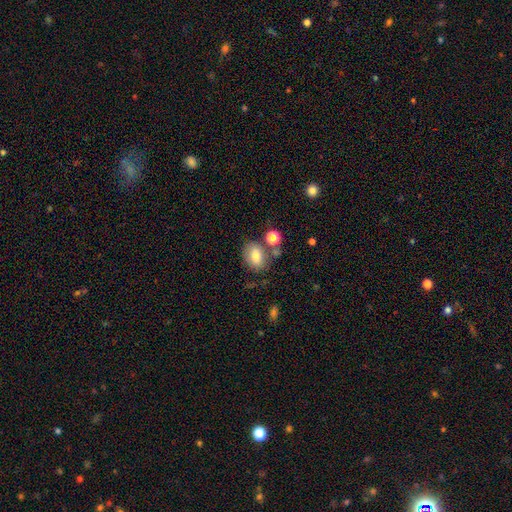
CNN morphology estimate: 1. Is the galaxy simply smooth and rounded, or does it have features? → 76% smooth, 14% featured or disk, 10% star or artifact.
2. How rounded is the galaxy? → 62% in between, 37% round, 1% cigar-shaped.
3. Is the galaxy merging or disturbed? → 64% none, 15% minor disturbance, 15% merger, 6% major disturbance.